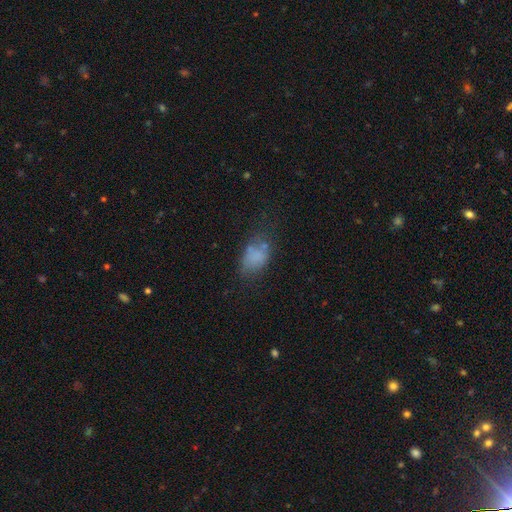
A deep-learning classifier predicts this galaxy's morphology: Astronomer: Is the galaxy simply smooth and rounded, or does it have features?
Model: smooth — 67%.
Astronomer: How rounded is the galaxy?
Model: in between — 86%.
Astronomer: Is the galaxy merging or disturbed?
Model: none — 42% (runner-up: minor disturbance, 27%).